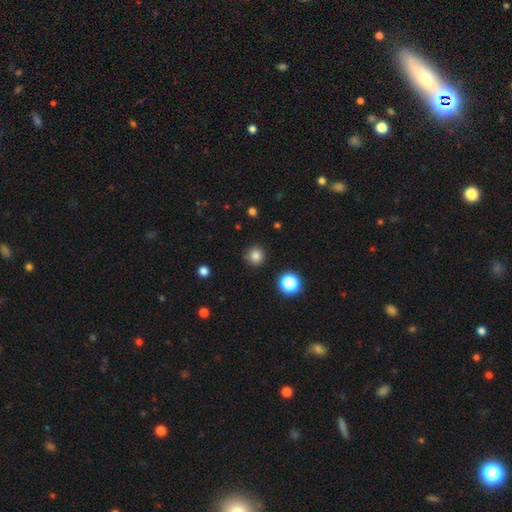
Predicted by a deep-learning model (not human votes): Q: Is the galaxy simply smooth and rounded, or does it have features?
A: smooth — 81%.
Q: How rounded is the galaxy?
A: round — 94%.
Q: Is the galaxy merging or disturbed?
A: none — 88%.